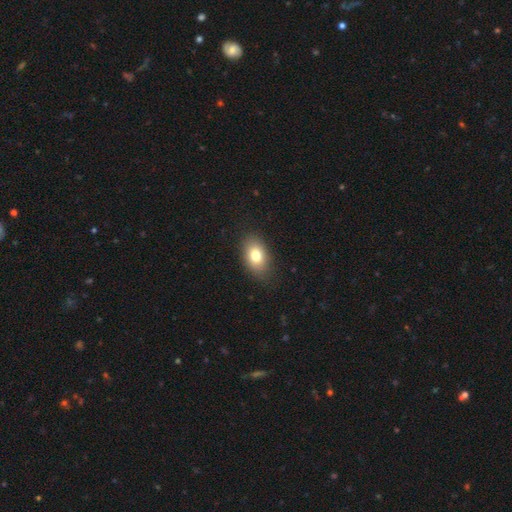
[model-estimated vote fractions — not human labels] Smooth or featured? Predicted: smooth (p=0.78). How rounded? Predicted: in between (p=0.86). Merging? Predicted: none (p=0.84).